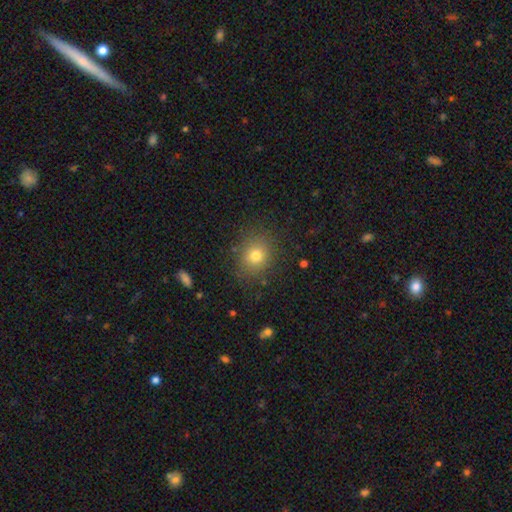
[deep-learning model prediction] Morphology: type=smooth (76%); roundness=round (75%); merging=none (85%).